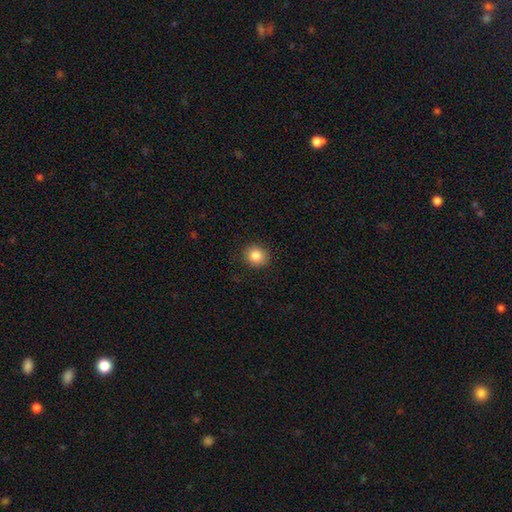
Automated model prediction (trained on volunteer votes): Overall: smooth (85%). How rounded: round (80%). Merging: none (89%).